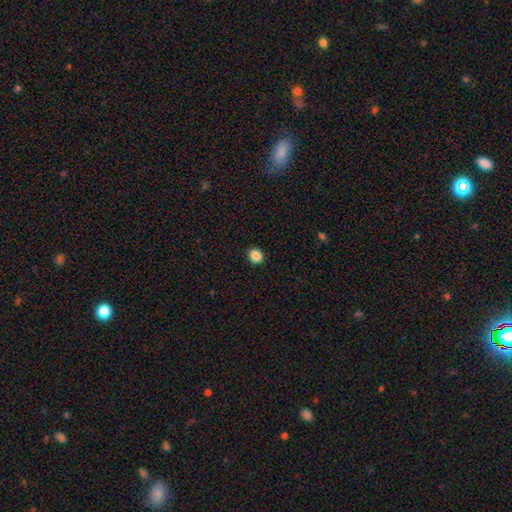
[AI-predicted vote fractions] A smooth galaxy with no disk features (87%) that is round (79%).

Vote fractions:
- Smooth or featured? smooth: 87% / star or artifact: 10% / featured or disk: 3%
- How rounded? round: 79% / in between: 20% / cigar-shaped: 1%
- Merging? none: 92% / minor disturbance: 5% / major disturbance: 2% / merger: 1%